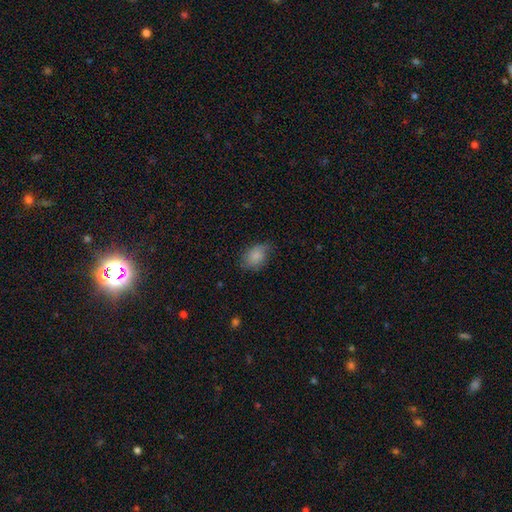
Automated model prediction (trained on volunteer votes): A smooth galaxy with no disk features (82%) that is in between round and cigar-shaped (76%).

Vote fractions:
- Smooth or featured? smooth: 82% / featured or disk: 11% / star or artifact: 8%
- How rounded? in between: 76% / round: 22% / cigar-shaped: 1%
- Merging? none: 68% / minor disturbance: 25% / major disturbance: 6% / merger: 1%